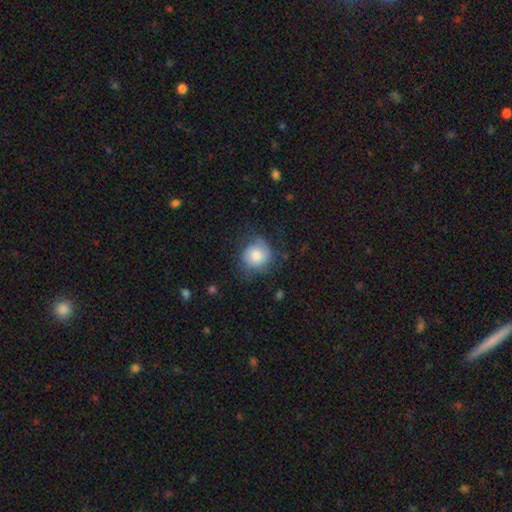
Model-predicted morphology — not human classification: smooth_or_featured: smooth (p=0.73) [alt: featured or disk p=0.20]
how_rounded: round (p=0.83) [alt: in between p=0.16]
merging: none (p=0.60) [alt: minor disturbance p=0.26]